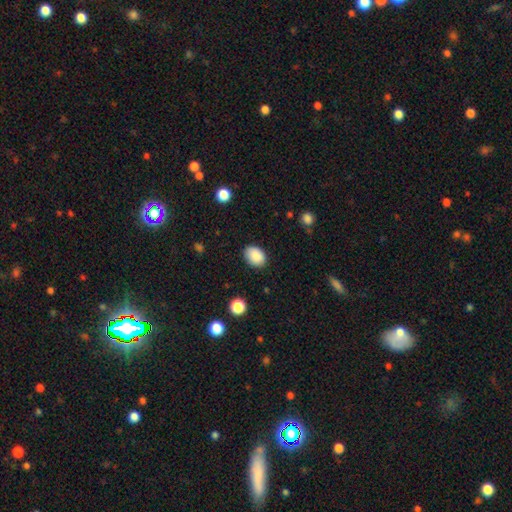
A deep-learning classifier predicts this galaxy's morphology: smooth-or-featured: smooth: 88% | star or artifact: 8% | featured or disk: 4%
  how-rounded: in between: 74% | round: 25% | cigar-shaped: 1%
  merging: none: 84% | minor disturbance: 12% | major disturbance: 3% | merger: 1%